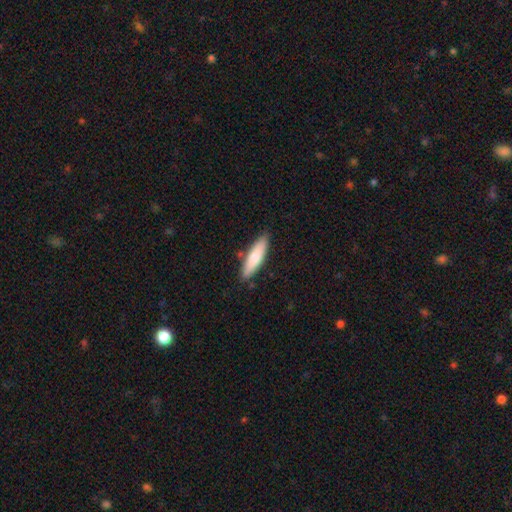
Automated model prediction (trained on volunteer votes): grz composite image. It shows a smooth galaxy with no disk features (72%) that is cigar-shaped (73%). Merging: none (87%).